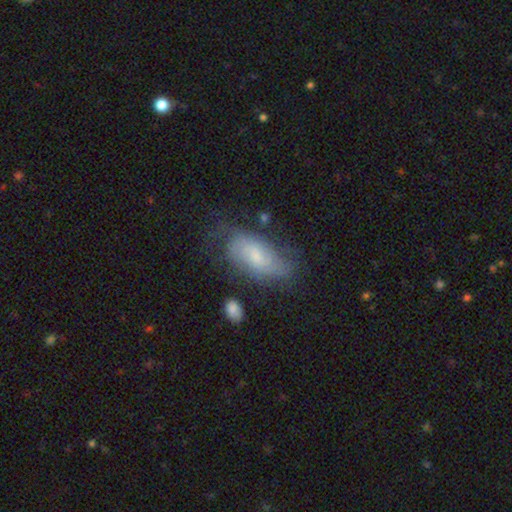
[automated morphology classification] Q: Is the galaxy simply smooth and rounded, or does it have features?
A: smooth — 47%.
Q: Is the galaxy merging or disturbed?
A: none — 54%.